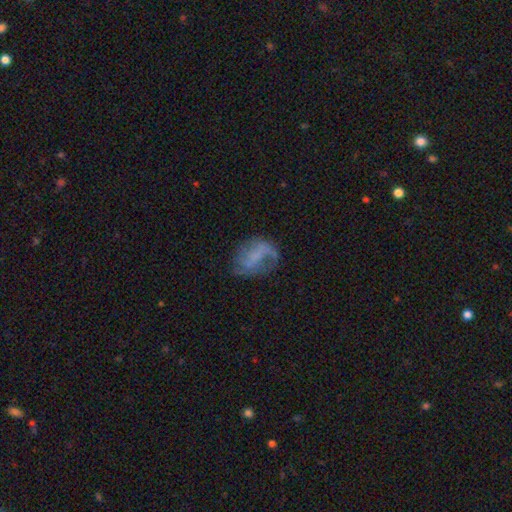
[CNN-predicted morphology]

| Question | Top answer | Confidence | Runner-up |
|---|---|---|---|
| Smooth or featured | featured or disk | 52% | smooth (37%) |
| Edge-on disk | no | 97% | yes (3%) |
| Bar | no | 48% | weak (34%) |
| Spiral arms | yes | 61% | no (39%) |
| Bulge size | none | 62% | small (19%) |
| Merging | none | 47% | minor disturbance (25%) |